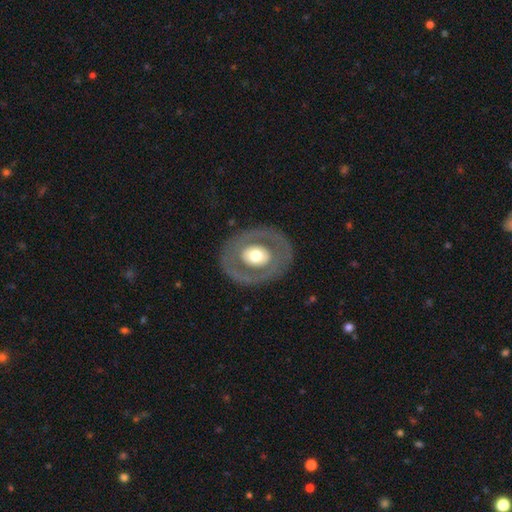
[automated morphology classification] Overall: featured or disk (57%; smooth 38%). Edge-on disk: no (94%). Bar: no (80%). Spiral arms: no (86%). Bulge size: moderate (57%; large 33%). Merging: none (82%).